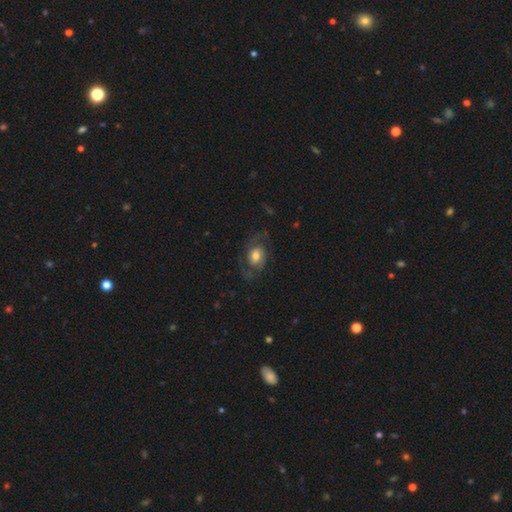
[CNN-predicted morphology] Smooth or featured? Predicted: featured or disk (p=0.58). Edge-on disk? Predicted: no (p=0.96). Bar? Predicted: no (p=0.65). Spiral arms? Predicted: yes (p=0.81). Bulge size? Predicted: moderate (p=0.56). Merging? Predicted: none (p=0.58).